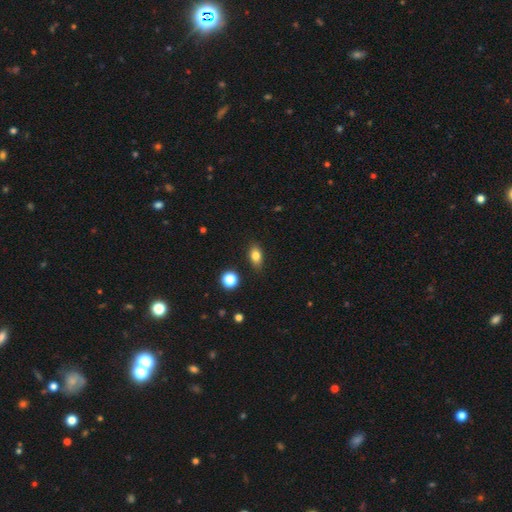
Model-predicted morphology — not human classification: Smooth or featured: smooth — 80% (star or artifact — 10%)
How rounded: in between — 80% (round — 15%)
Merging: none — 84% (minor disturbance — 11%)